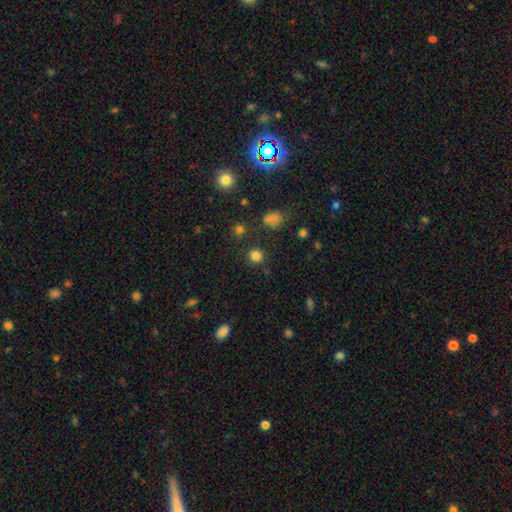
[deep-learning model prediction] Smooth or featured? Predicted: smooth (p=0.80). How rounded? Predicted: round (p=0.91). Merging? Predicted: none (p=0.87).